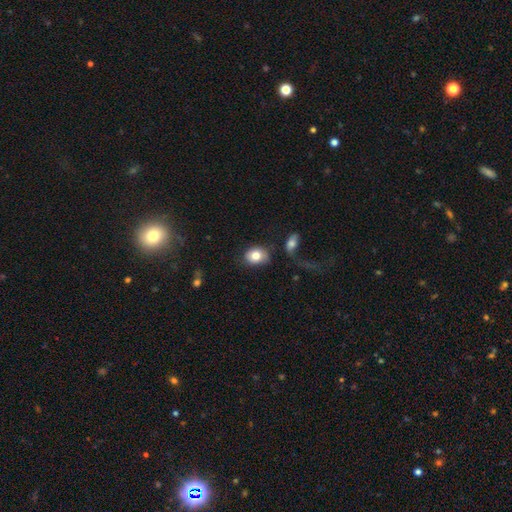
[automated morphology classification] Smooth or featured?
  - smooth: 79% *
  - featured or disk: 13%
  - star or artifact: 8%
How rounded?
  - in between: 53% *
  - round: 45%
  - cigar-shaped: 1%
Merging?
  - none: 63% *
  - minor disturbance: 19%
  - major disturbance: 10%
  - merger: 8%